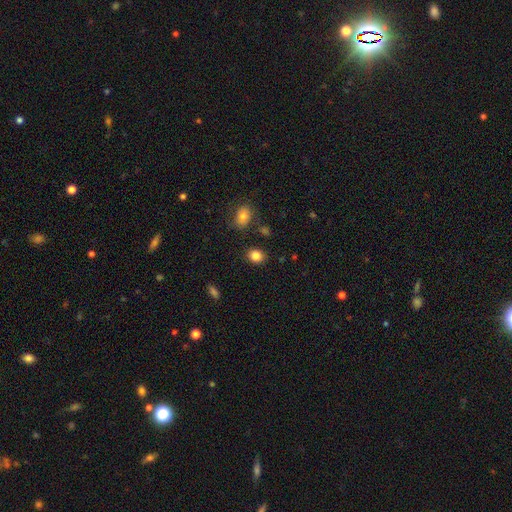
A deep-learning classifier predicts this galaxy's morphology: The model was most divided on "how rounded": round: 51%, in between: 48%, cigar-shaped: 1%. More confident: merging — none (85%); smooth or featured — smooth (84%).